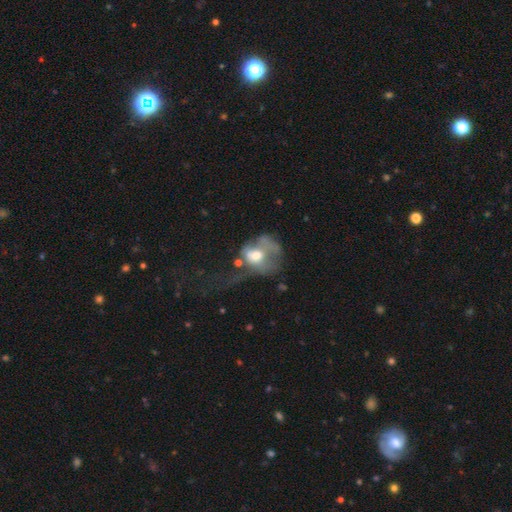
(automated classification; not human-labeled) The model was most divided on "smooth or featured": smooth: 48%, featured or disk: 43%, star or artifact: 9%. More confident: merging — major disturbance (62%).